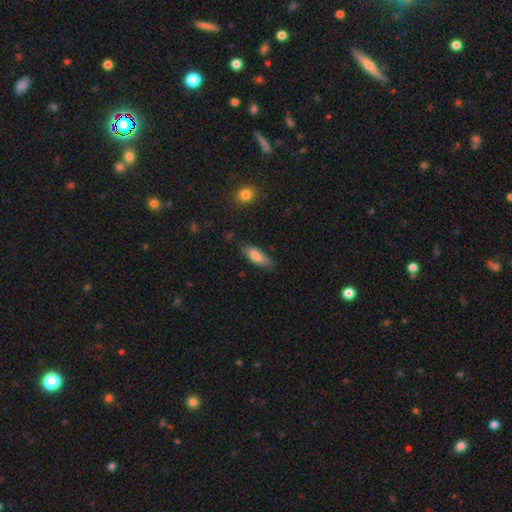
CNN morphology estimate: smooth-or-featured: smooth: 79% | featured or disk: 14% | star or artifact: 7%
  how-rounded: in between: 70% | cigar-shaped: 28% | round: 2%
  merging: none: 77% | minor disturbance: 17% | major disturbance: 4% | merger: 2%